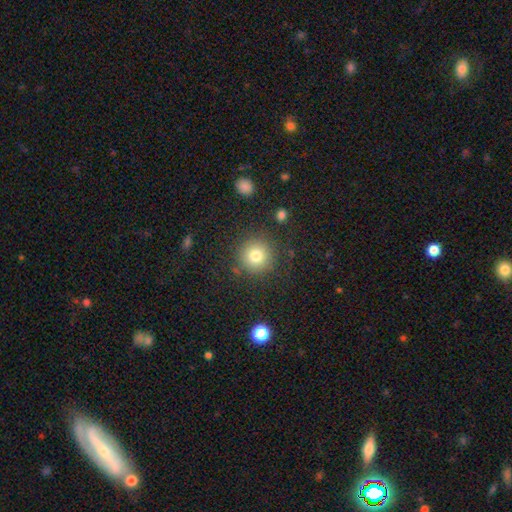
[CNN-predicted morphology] Smooth or featured? Predicted: smooth (p=0.79). How rounded? Predicted: round (p=0.94). Merging? Predicted: none (p=0.86).